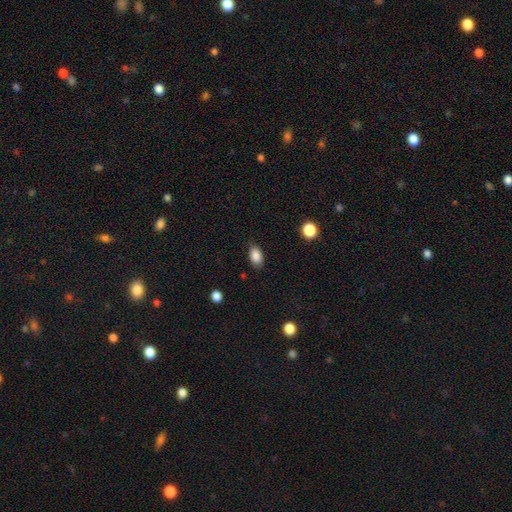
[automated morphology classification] Overall: smooth (87%). How rounded: in between (90%). Merging: none (83%).